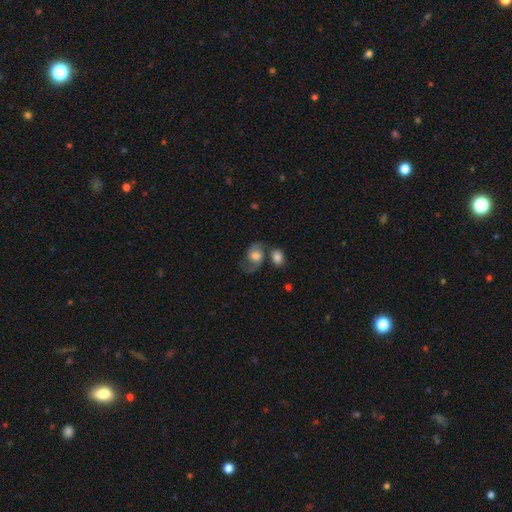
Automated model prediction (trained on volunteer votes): featured or disk 53%, smooth 39%, star or artifact 8%. Down the decision tree: edge-on disk — no (97%); bar — no (70%); spiral arms — yes (83%); bulge size — moderate (50%); merging — none (49%).